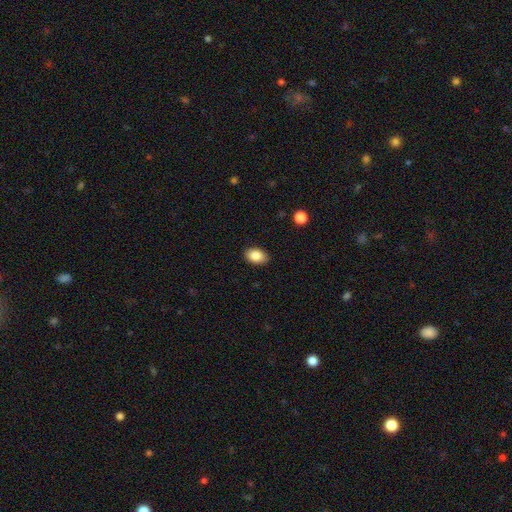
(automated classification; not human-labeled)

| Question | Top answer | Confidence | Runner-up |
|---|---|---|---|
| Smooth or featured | smooth | 86% | star or artifact (8%) |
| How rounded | in between | 83% | round (15%) |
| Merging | none | 88% | minor disturbance (9%) |